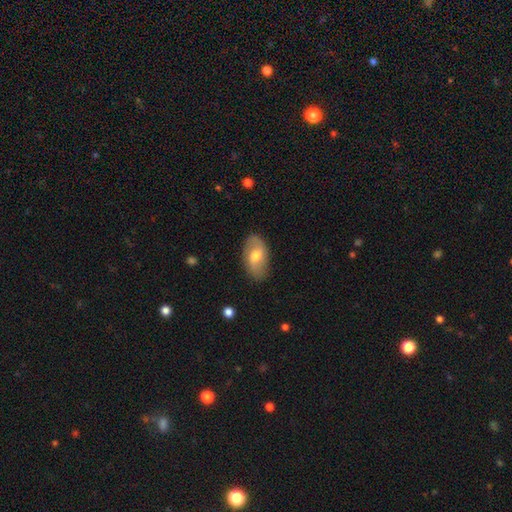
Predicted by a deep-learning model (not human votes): A featured or disk galaxy (52%). Merging: none (81%).